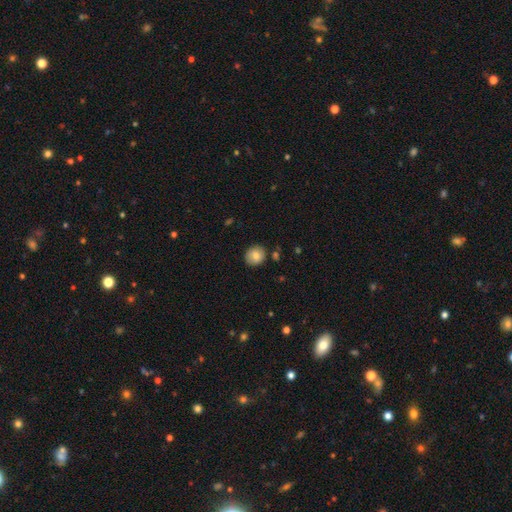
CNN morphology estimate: This appears to be a smooth galaxy with no disk features (82%) that is round (83%). Merging: none (84%).